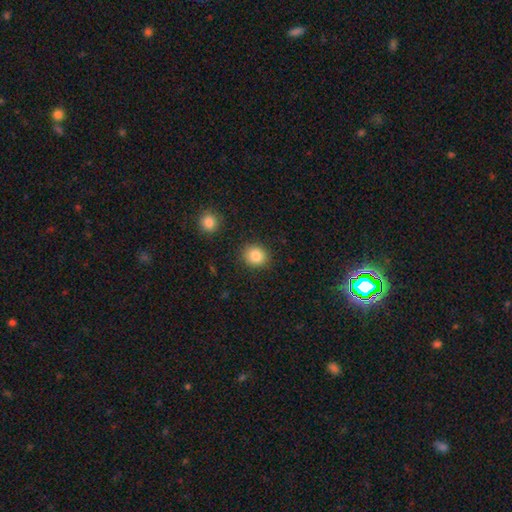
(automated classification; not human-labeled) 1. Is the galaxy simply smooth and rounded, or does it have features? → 85% smooth, 9% star or artifact, 6% featured or disk.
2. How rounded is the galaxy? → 78% round, 21% in between, 1% cigar-shaped.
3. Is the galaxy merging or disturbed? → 88% none, 7% minor disturbance, 3% major disturbance, 2% merger.